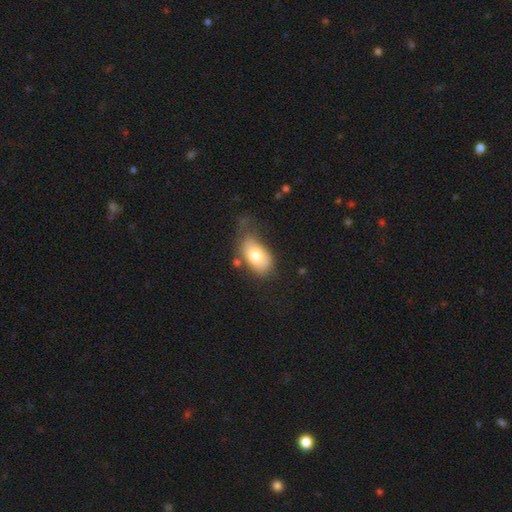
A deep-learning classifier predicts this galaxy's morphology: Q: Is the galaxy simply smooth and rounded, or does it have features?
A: smooth — 76%.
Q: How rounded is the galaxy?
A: in between — 91%.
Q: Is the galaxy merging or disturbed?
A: none — 47%.